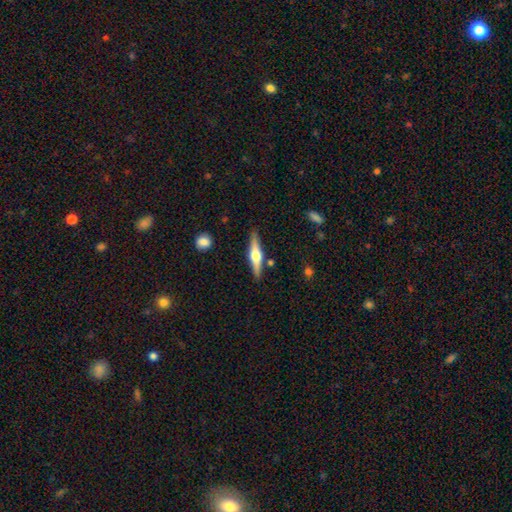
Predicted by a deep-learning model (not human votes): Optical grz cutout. It shows a featured or disk galaxy (68%) viewed edge-on (97%) with a rounded central bulge (93%). Merging: none (86%).